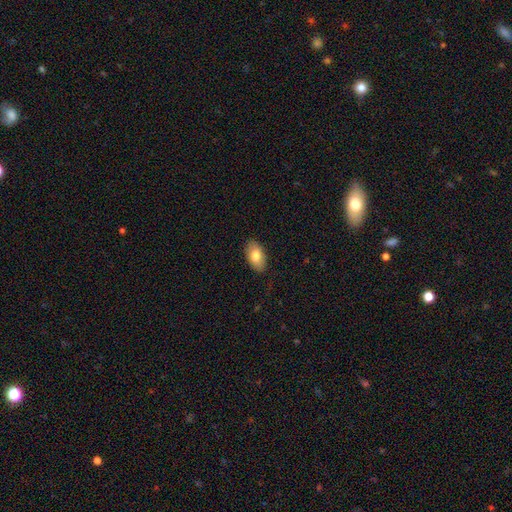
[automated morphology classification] A smooth galaxy with no disk features (78%) that is in between round and cigar-shaped (93%). Merging: none (86%).